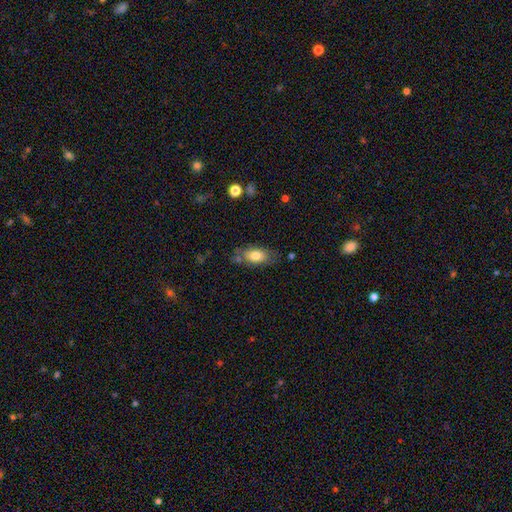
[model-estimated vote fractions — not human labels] Morphology: type=smooth (78%); roundness=in between (88%); merging=none (67%).